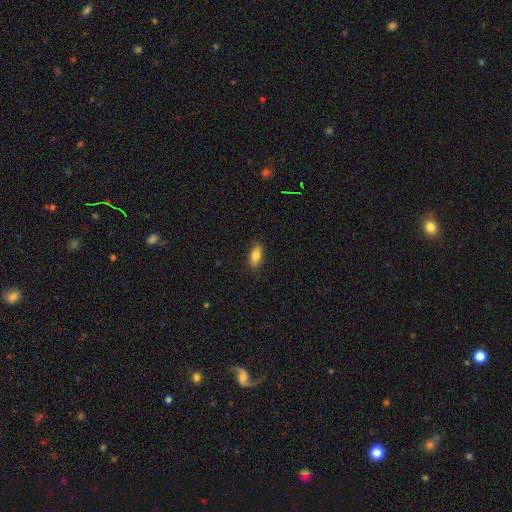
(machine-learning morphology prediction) Smooth or featured?
  - smooth: 85% *
  - featured or disk: 8%
  - star or artifact: 7%
How rounded?
  - in between: 86% *
  - cigar-shaped: 11%
  - round: 3%
Merging?
  - none: 86% *
  - minor disturbance: 11%
  - major disturbance: 2%
  - merger: 1%